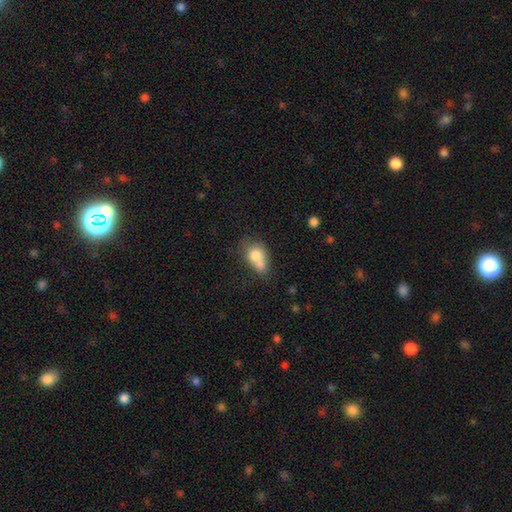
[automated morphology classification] smooth 72%, featured or disk 18%, star or artifact 10%. Down the decision tree: how rounded — in between (55%); merging — merger (52%).